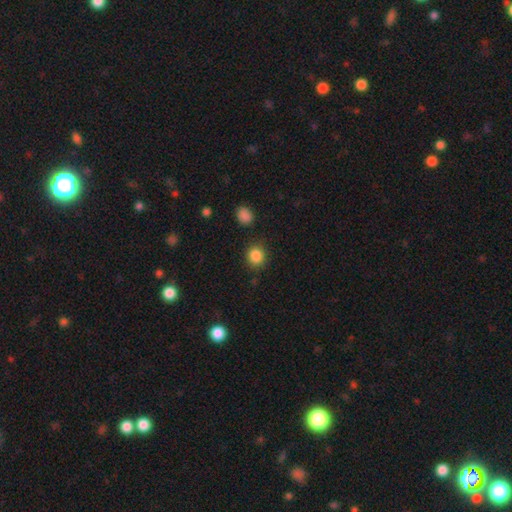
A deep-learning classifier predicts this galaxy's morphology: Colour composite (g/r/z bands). It shows a smooth galaxy with no disk features (86%) that is round (83%). Merging: none (86%).